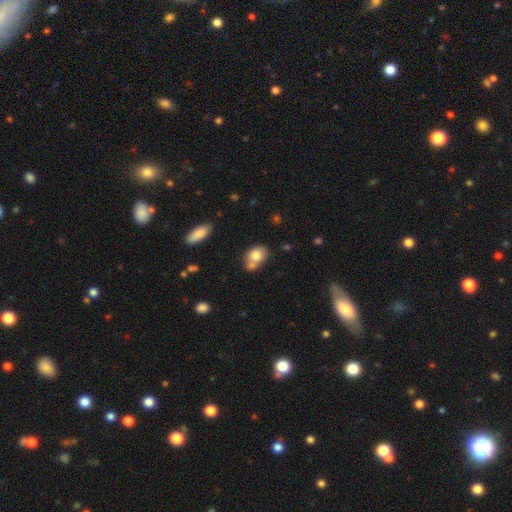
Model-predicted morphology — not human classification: smooth 77%, featured or disk 14%, star or artifact 8%. Down the decision tree: how rounded — in between (64%); merging — none (41%).